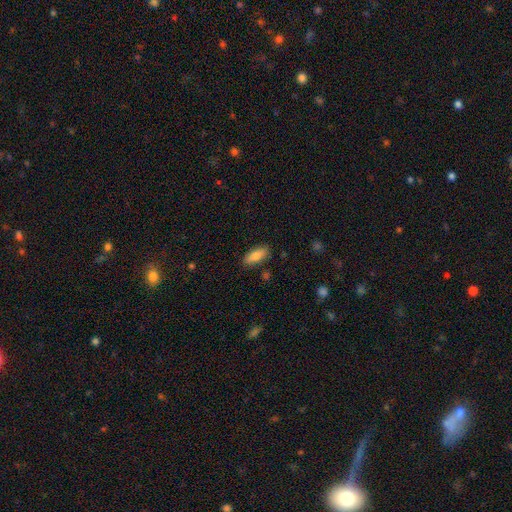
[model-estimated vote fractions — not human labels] This is clearly a smooth galaxy (83%). How rounded: likely in between (77%). Merging: clearly none (84%).